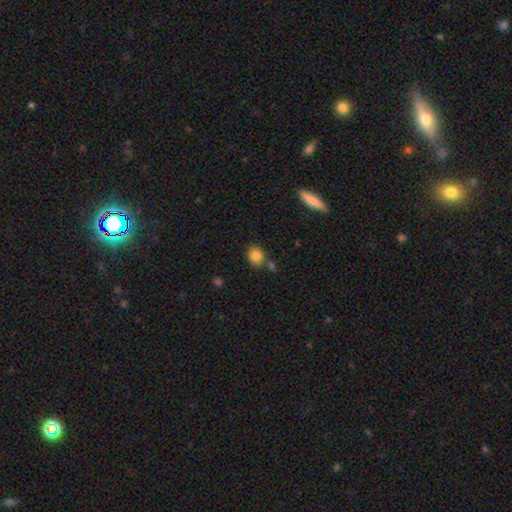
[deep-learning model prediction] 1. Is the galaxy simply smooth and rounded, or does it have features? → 84% smooth, 10% star or artifact, 7% featured or disk.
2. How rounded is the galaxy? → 64% round, 34% in between, 1% cigar-shaped.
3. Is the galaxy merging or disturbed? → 70% none, 13% merger, 13% minor disturbance, 3% major disturbance.